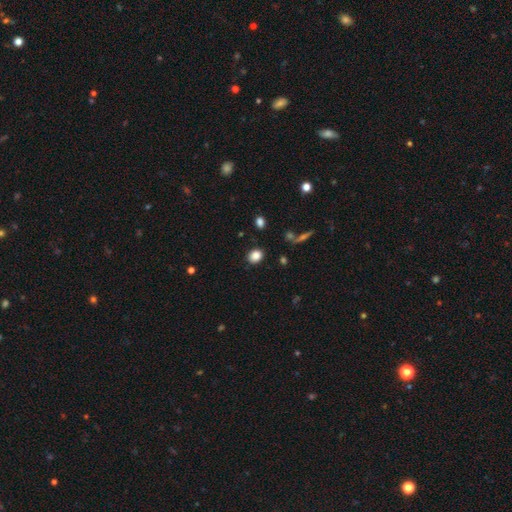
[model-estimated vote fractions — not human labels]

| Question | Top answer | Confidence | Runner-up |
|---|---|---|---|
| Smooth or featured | smooth | 85% | star or artifact (10%) |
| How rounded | round | 57% | in between (41%) |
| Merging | none | 87% | minor disturbance (8%) |